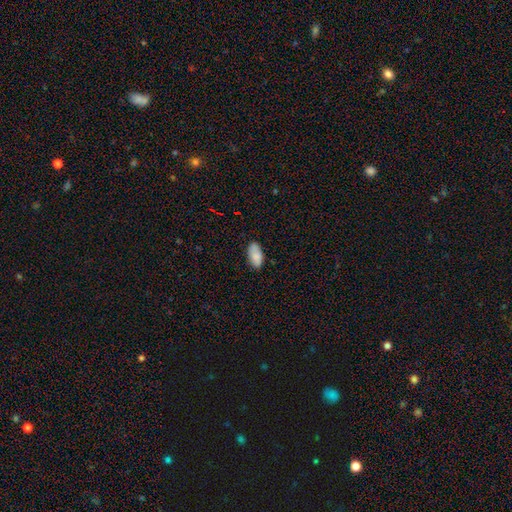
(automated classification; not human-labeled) The model was most divided on "merging": none: 82%, minor disturbance: 14%, major disturbance: 2%, merger: 1%. More confident: how rounded — in between (94%); smooth or featured — smooth (86%).